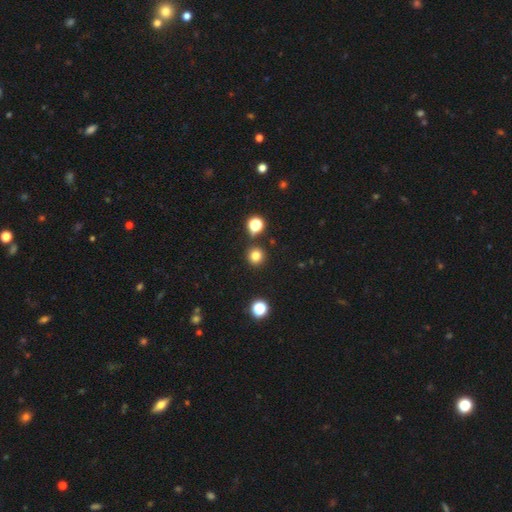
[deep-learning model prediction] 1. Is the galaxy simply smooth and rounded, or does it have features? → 80% smooth, 15% star or artifact, 5% featured or disk.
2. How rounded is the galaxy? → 94% round, 5% in between, 1% cigar-shaped.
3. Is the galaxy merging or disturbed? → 87% none, 6% minor disturbance, 5% merger, 2% major disturbance.